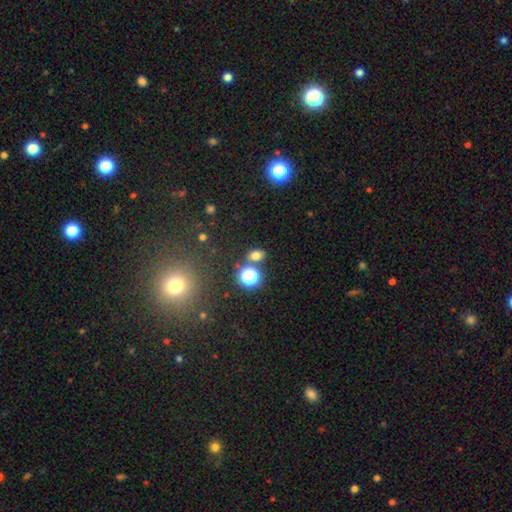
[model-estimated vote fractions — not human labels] This is likely a smooth galaxy (71%). How rounded: likely in between (63%). Merging: likely none (75%).